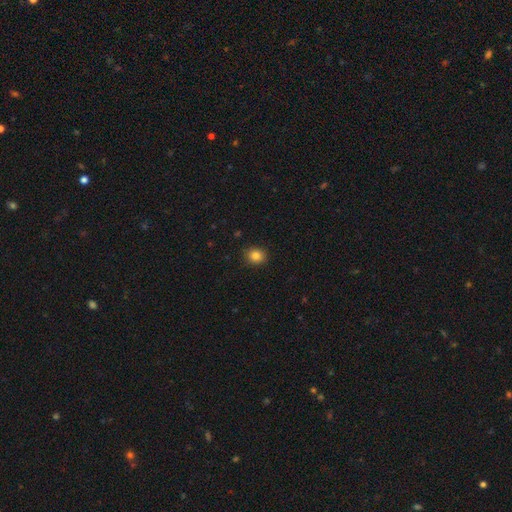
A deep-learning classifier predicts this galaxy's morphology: Q: Smooth or featured?
A: smooth (83%); runner-up: star or artifact (11%)
Q: How rounded?
A: round (78%); runner-up: in between (21%)
Q: Merging?
A: none (90%); runner-up: minor disturbance (7%)